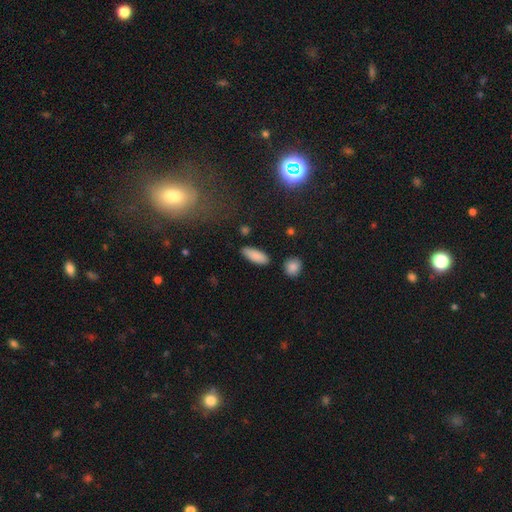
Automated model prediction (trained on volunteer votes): This appears to be a smooth galaxy with no disk features (86%) that is in between round and cigar-shaped (65%). Merging: none (83%).